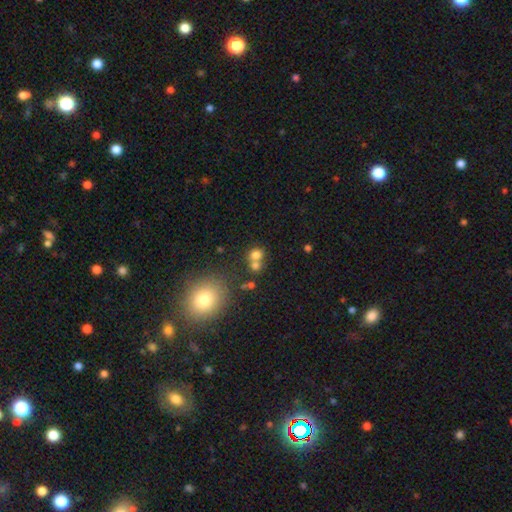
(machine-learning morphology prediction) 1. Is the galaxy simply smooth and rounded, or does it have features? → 74% smooth, 14% star or artifact, 12% featured or disk.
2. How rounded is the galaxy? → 73% round, 26% in between, 1% cigar-shaped.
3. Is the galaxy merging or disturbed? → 51% merger, 38% none, 7% minor disturbance, 4% major disturbance.